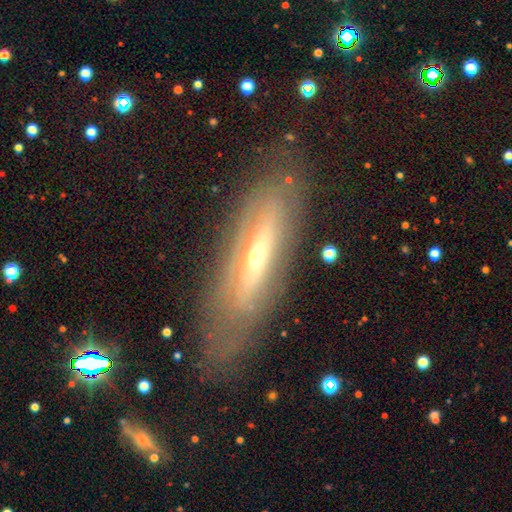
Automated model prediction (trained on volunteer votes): Morphology: type=featured or disk (70%); edge-on=no (53%); merging=none (75%).